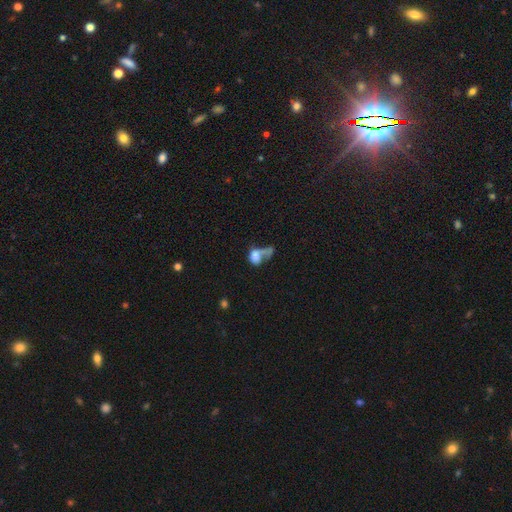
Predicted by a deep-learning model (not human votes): A smooth galaxy with no disk features (65%) that is in between round and cigar-shaped (72%). Merging: merger (46%).